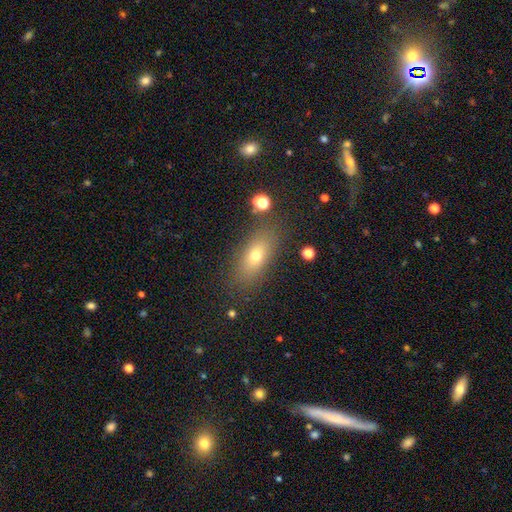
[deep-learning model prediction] Overall: smooth (69%). How rounded: in between (72%). Merging: none (82%).